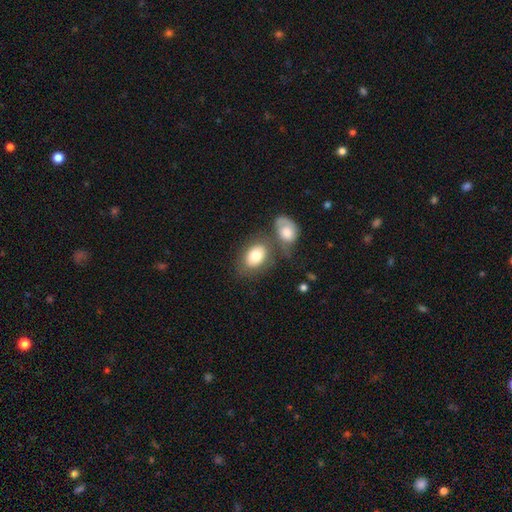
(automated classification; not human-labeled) The model was most divided on "merging": none: 49%, merger: 30%, minor disturbance: 14%, major disturbance: 7%. More confident: how rounded — in between (79%); smooth or featured — smooth (77%).